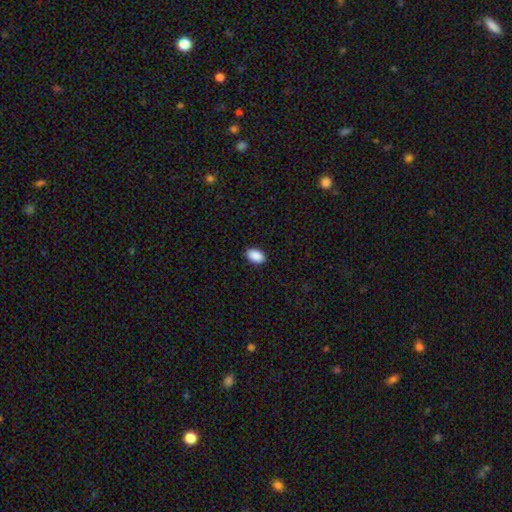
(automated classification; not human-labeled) A smooth galaxy with no disk features (90%) that is in between round and cigar-shaped (92%).

Vote fractions:
- Smooth or featured? smooth: 90% / star or artifact: 7% / featured or disk: 2%
- How rounded? in between: 92% / round: 7% / cigar-shaped: 1%
- Merging? none: 89% / minor disturbance: 8% / major disturbance: 2% / merger: 1%